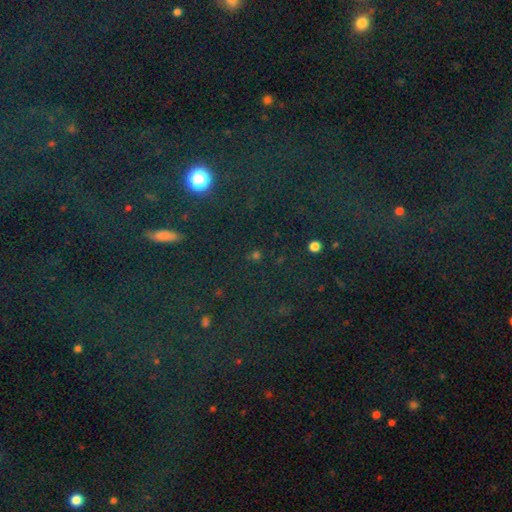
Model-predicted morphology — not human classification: Smooth or featured? Predicted: star or artifact (p=0.59).